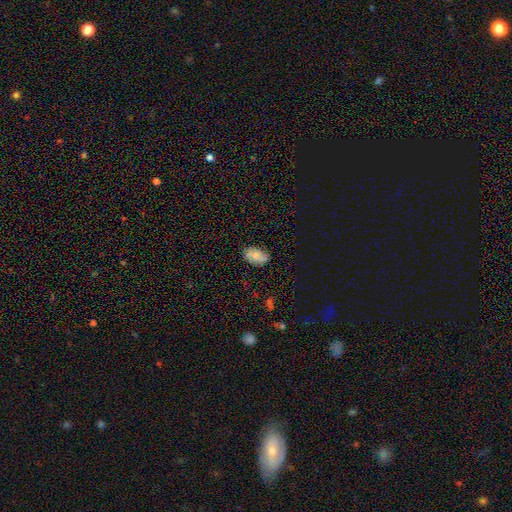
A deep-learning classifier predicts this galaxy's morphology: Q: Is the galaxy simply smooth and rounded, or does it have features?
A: smooth — 74%.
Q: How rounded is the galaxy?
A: in between — 91%.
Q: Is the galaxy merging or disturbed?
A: none — 78%.